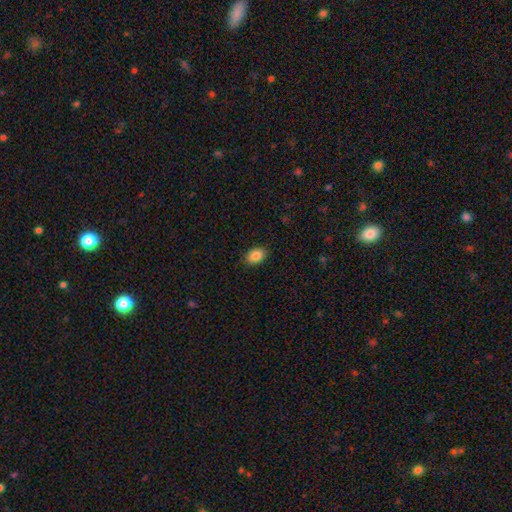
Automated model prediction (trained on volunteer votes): Morphology: type=smooth (87%); roundness=in between (83%); merging=none (88%).